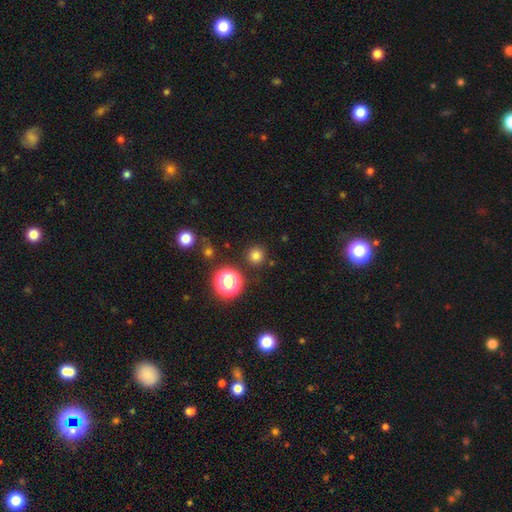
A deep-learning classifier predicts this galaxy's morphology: smooth 76%, star or artifact 19%, featured or disk 5%. Down the decision tree: how rounded — round (95%); merging — none (90%).